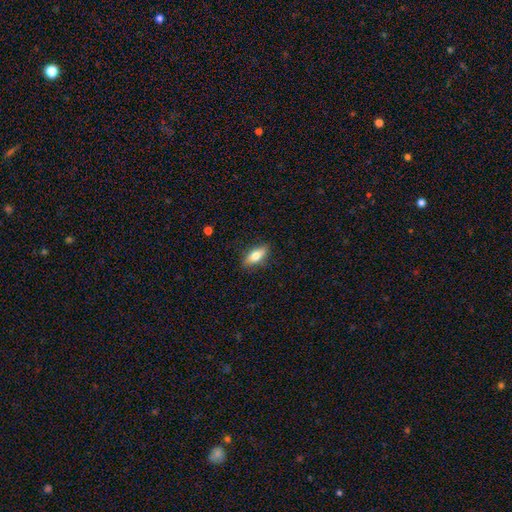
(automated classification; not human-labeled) Q: Smooth or featured?
A: smooth (70%); runner-up: featured or disk (23%)
Q: How rounded?
A: in between (72%); runner-up: cigar-shaped (24%)
Q: Merging?
A: none (86%); runner-up: minor disturbance (11%)